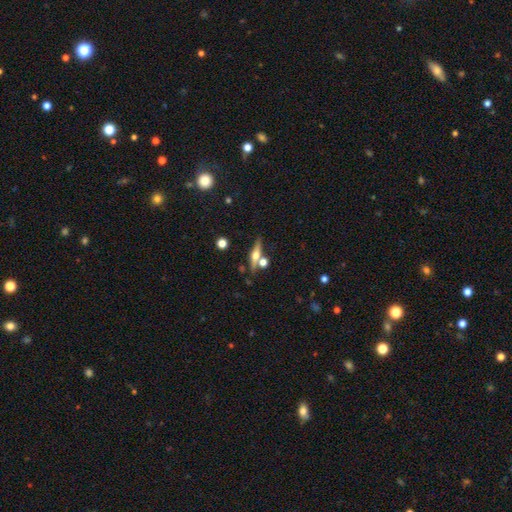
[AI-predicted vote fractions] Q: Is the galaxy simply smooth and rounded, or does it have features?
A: featured or disk — 62%.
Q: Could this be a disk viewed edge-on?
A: yes — 93%.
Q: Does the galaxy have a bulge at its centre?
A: rounded — 92%.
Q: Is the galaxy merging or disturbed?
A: none — 71%.